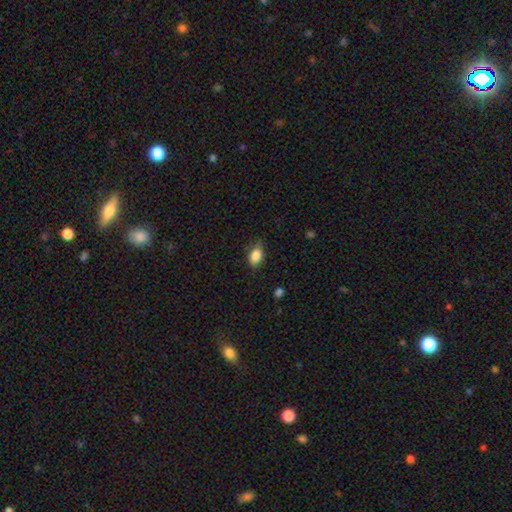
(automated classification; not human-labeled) smooth 86%, star or artifact 8%, featured or disk 6%. Down the decision tree: how rounded — in between (87%); merging — none (74%).